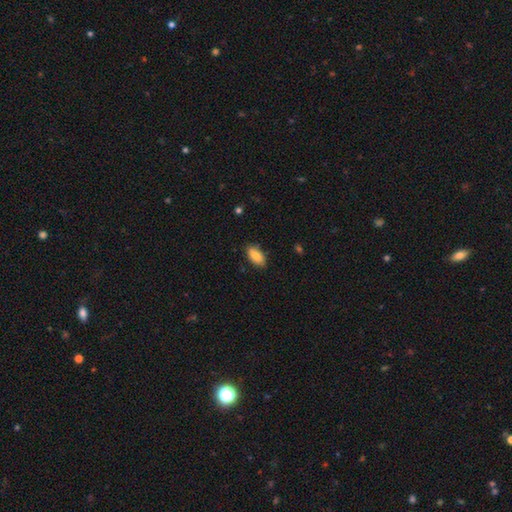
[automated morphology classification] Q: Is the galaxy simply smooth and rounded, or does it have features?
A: smooth — 84%.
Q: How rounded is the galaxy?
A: in between — 90%.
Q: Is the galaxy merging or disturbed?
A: none — 84%.